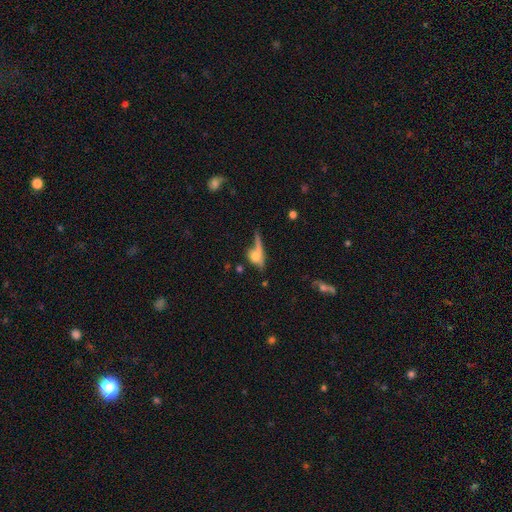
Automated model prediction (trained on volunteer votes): A smooth galaxy with no disk features (53%) that is in between round and cigar-shaped (47%). Merging: none (39%).